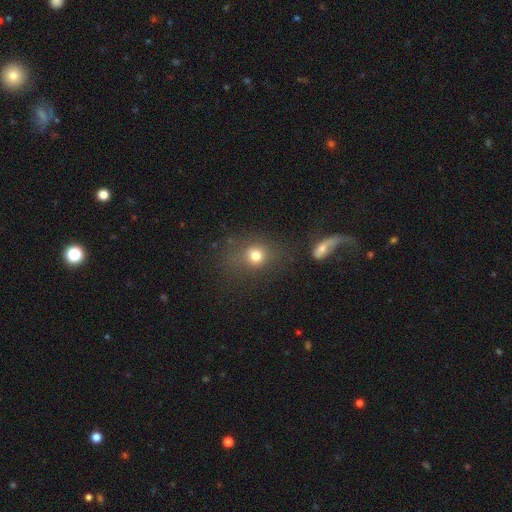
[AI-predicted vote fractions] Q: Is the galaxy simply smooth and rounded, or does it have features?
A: smooth — 74%.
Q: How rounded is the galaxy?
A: round — 72%.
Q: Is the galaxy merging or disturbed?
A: none — 68%.